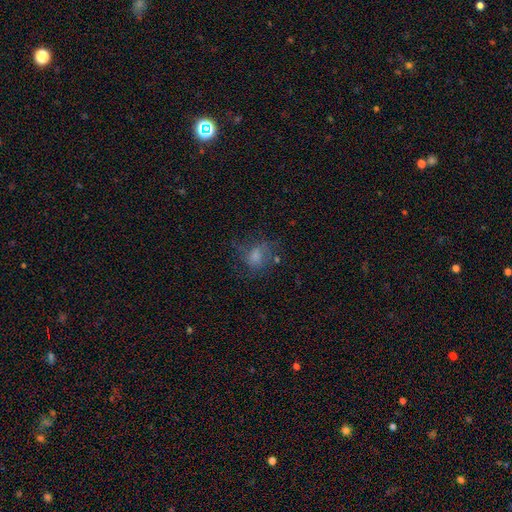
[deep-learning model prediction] A smooth galaxy with no disk features (51%) that is round (58%). Merging: none (58%).